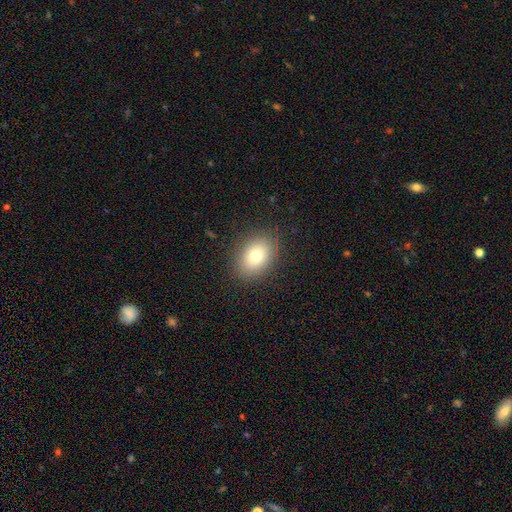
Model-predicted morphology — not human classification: smooth_or_featured: smooth (p=0.77) [alt: featured or disk p=0.13]
how_rounded: in between (p=0.75) [alt: round p=0.24]
merging: none (p=0.87) [alt: minor disturbance p=0.09]